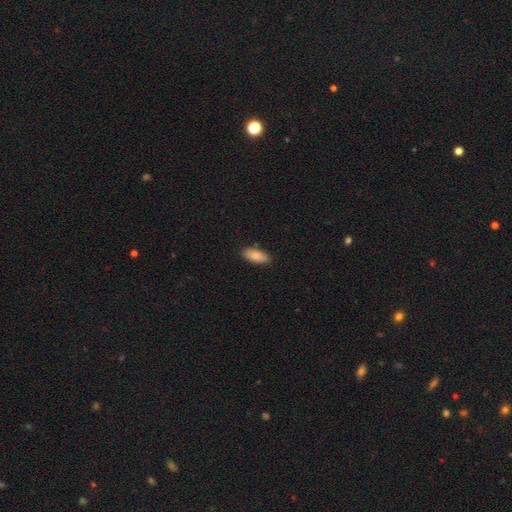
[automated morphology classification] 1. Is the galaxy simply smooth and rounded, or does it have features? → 87% smooth, 7% featured or disk, 6% star or artifact.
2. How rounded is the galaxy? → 87% in between, 11% cigar-shaped, 2% round.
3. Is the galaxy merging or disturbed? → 88% none, 9% minor disturbance, 2% major disturbance, 1% merger.